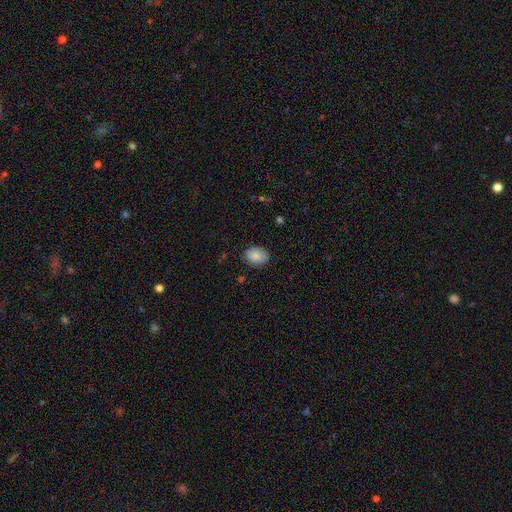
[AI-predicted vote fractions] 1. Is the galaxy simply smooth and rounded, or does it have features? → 86% smooth, 8% star or artifact, 6% featured or disk.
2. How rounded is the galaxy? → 74% in between, 25% round, 1% cigar-shaped.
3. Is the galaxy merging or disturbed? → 84% none, 12% minor disturbance, 2% major disturbance, 1% merger.